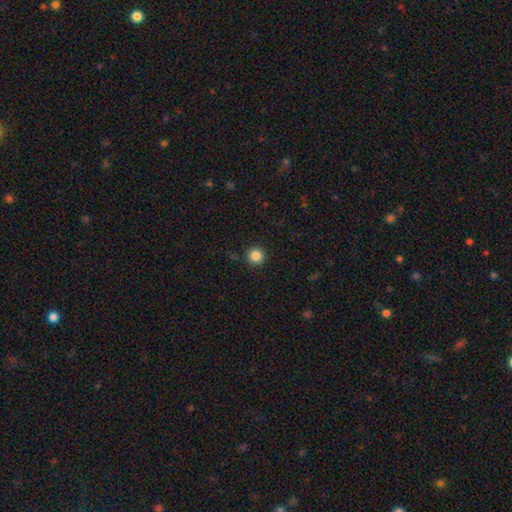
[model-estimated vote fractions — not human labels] A smooth galaxy with no disk features (85%) that is round (96%). Merging: none (91%).